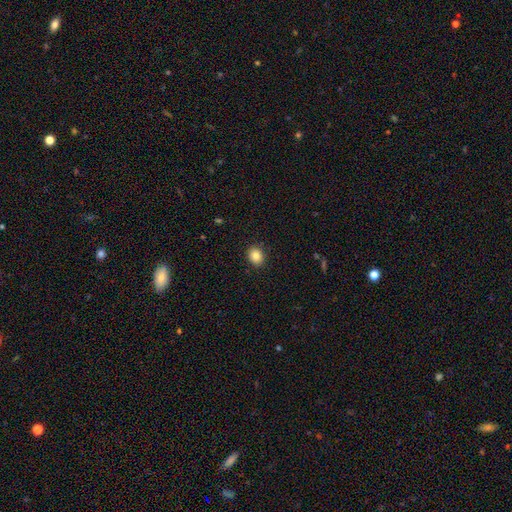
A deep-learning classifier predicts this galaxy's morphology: smooth 84%, star or artifact 9%, featured or disk 6%. Down the decision tree: how rounded — round (56%); merging — none (91%).